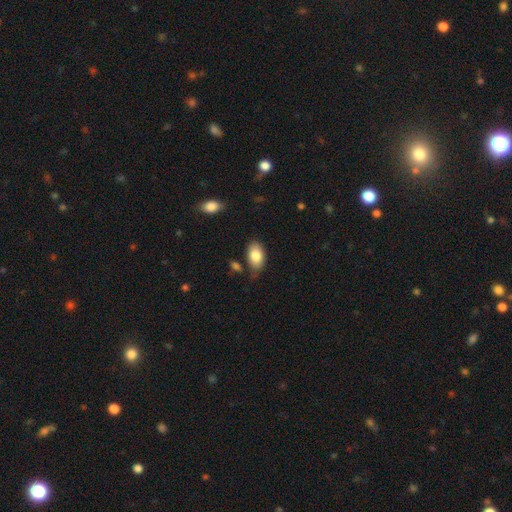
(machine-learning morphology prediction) Q: Smooth or featured?
A: smooth (84%); runner-up: featured or disk (10%)
Q: How rounded?
A: in between (93%); runner-up: round (6%)
Q: Merging?
A: none (72%); runner-up: minor disturbance (20%)